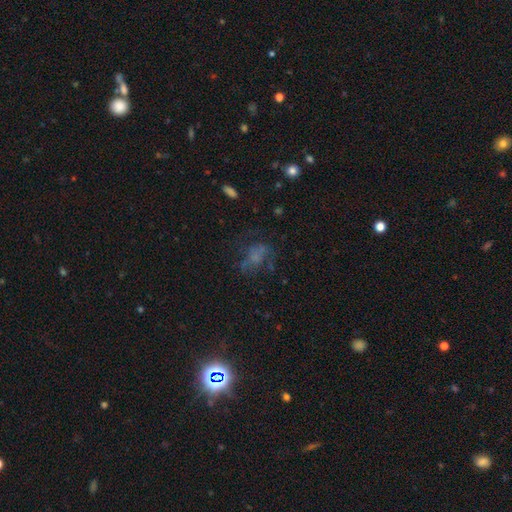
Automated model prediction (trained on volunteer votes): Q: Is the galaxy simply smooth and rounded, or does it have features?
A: smooth — 42%.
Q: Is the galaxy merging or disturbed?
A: none — 46%.